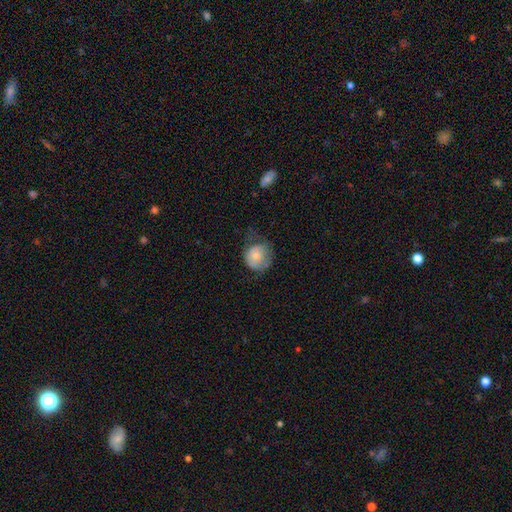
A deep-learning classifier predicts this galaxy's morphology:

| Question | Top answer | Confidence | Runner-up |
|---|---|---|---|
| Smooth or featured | smooth | 74% | featured or disk (19%) |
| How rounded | round | 78% | in between (21%) |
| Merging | none | 42% | minor disturbance (34%) |